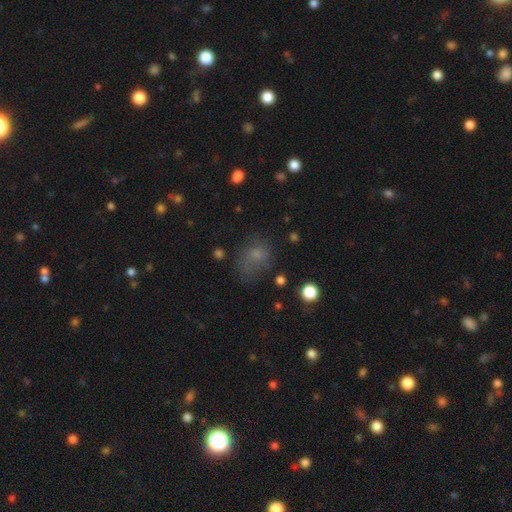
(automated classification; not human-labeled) Morphology: type=smooth (65%); roundness=in between (55%); merging=none (48%).